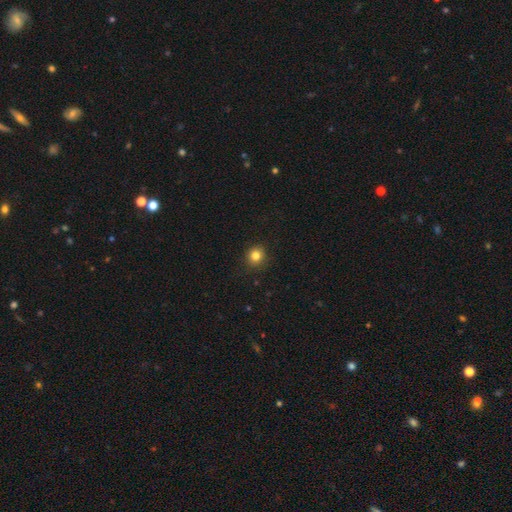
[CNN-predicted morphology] A smooth galaxy with no disk features (82%) that is round (89%). Merging: none (90%).